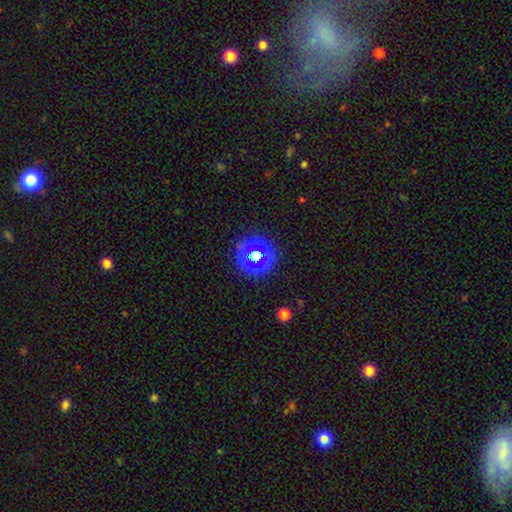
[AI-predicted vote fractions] Q: Smooth or featured?
A: star or artifact (58%); runner-up: smooth (31%)